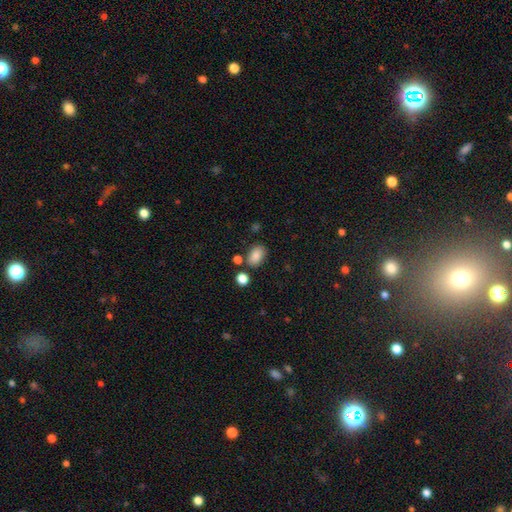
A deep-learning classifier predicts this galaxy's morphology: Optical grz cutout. It shows a smooth galaxy with no disk features (86%) that is in between round and cigar-shaped (85%). Merging: none (75%).